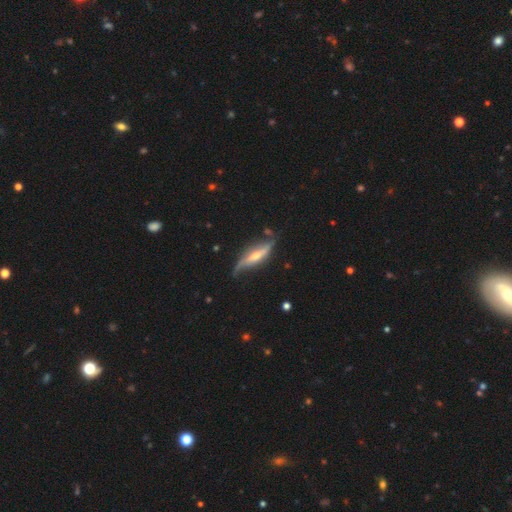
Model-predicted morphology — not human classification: A featured or disk galaxy (78%) viewed edge-on (58%). Merging: none (59%).